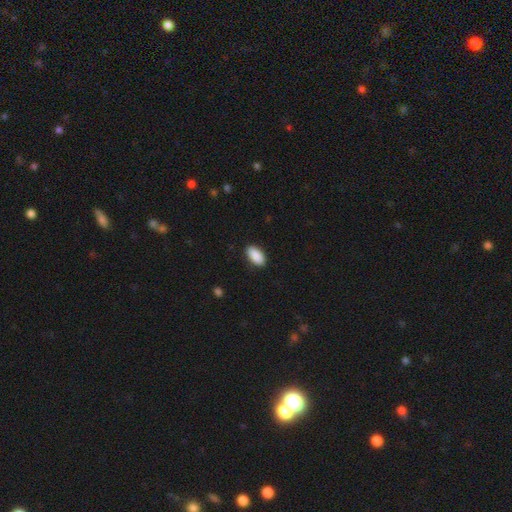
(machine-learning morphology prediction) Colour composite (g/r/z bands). It shows a smooth galaxy with no disk features (91%) that is in between round and cigar-shaped (95%). Merging: none (89%).